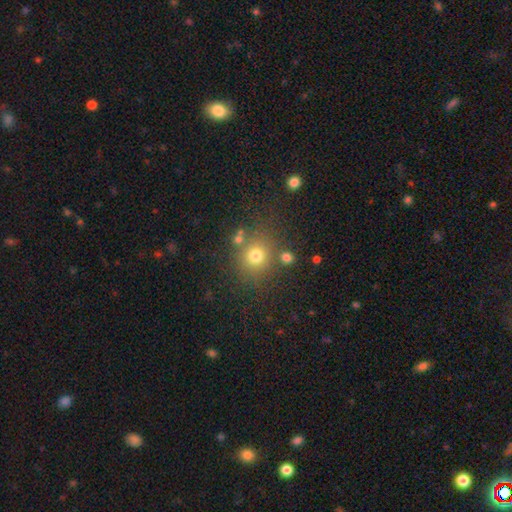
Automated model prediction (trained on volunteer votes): Overall: smooth (73%). How rounded: round (85%). Merging: none (76%).